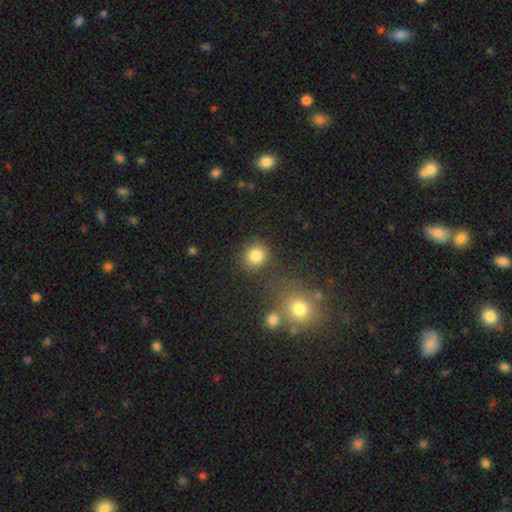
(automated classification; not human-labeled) Smooth or featured? smooth (84%)
How rounded? round (84%)
Merging? none (83%)